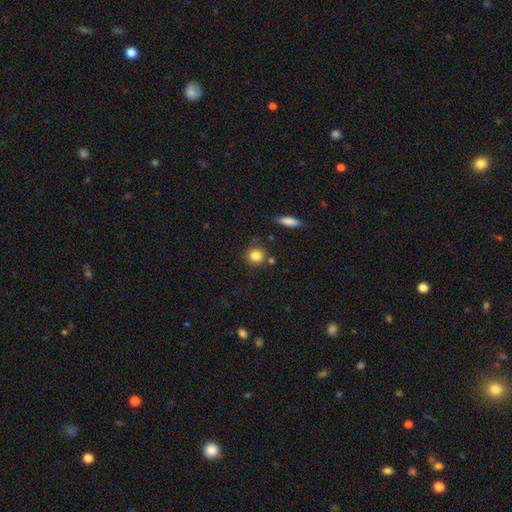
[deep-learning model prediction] Smooth or featured: smooth — 83% (star or artifact — 10%)
How rounded: round — 86% (in between — 12%)
Merging: none — 81% (minor disturbance — 9%)